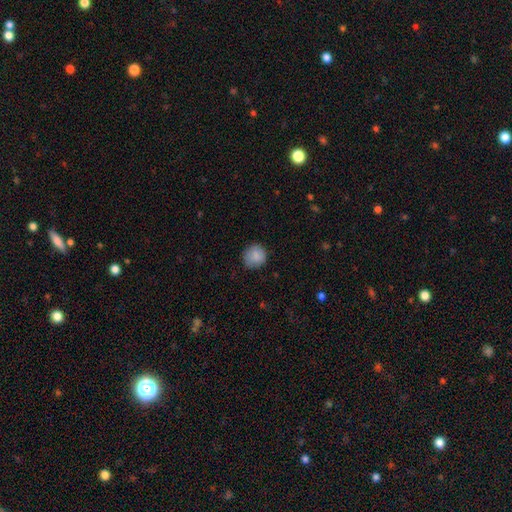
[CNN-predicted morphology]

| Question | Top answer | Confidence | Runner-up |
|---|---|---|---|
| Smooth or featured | smooth | 85% | star or artifact (8%) |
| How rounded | round | 89% | in between (10%) |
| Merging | none | 79% | minor disturbance (16%) |